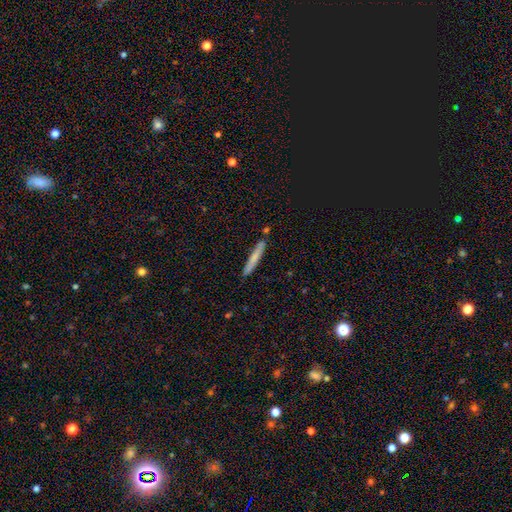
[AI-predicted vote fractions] Overall: smooth (65%; featured or disk 28%). How rounded: cigar-shaped (95%). Merging: none (87%).